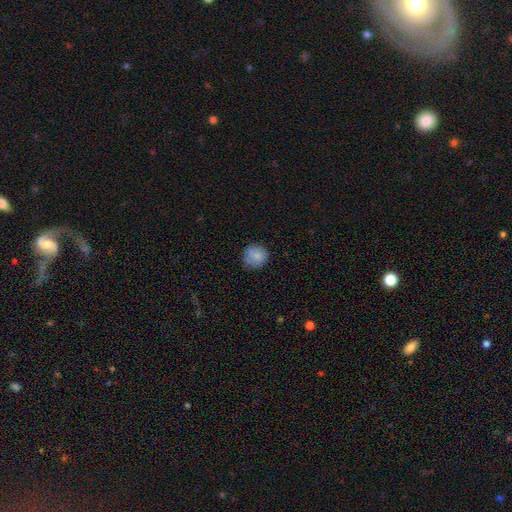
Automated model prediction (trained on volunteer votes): smooth_or_featured: smooth (p=0.85) [alt: star or artifact p=0.08]
how_rounded: round (p=0.88) [alt: in between p=0.11]
merging: none (p=0.76) [alt: minor disturbance p=0.19]